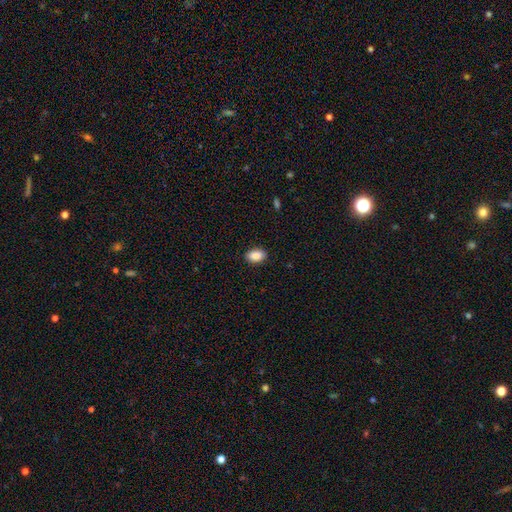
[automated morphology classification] Smooth or featured? smooth (89%)
How rounded? in between (87%)
Merging? none (89%)